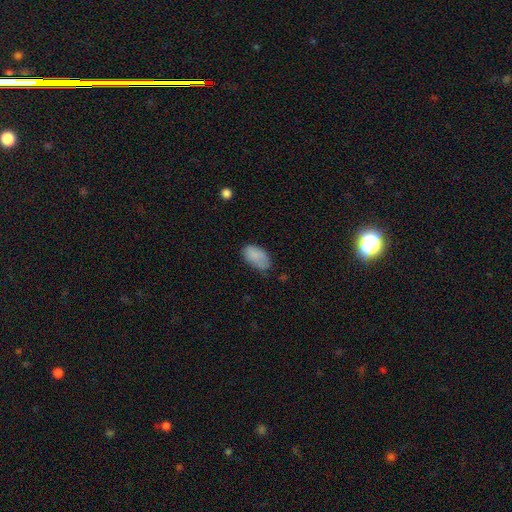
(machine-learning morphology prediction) Q: Smooth or featured?
A: smooth (85%); runner-up: star or artifact (7%)
Q: How rounded?
A: in between (94%); runner-up: round (5%)
Q: Merging?
A: none (58%); runner-up: minor disturbance (33%)